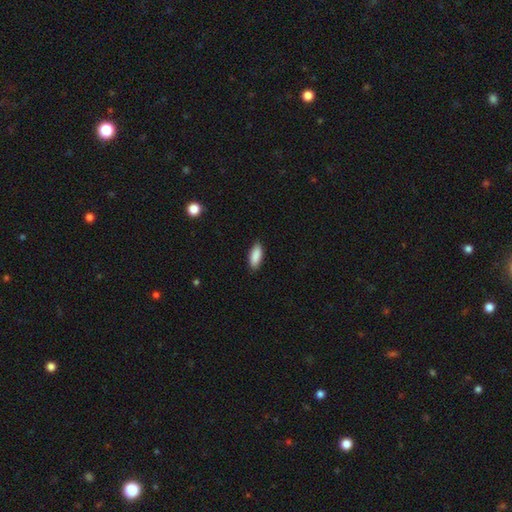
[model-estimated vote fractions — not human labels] Smooth or featured? smooth (90%)
How rounded? in between (78%)
Merging? none (87%)